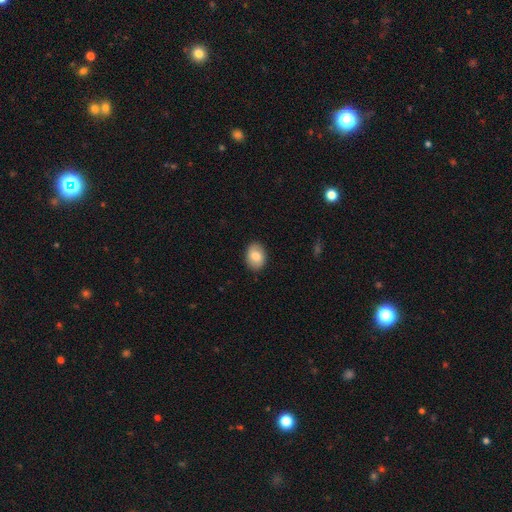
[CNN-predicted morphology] Smooth or featured: smooth — 82% (featured or disk — 11%)
How rounded: in between — 71% (round — 28%)
Merging: none — 88% (minor disturbance — 9%)